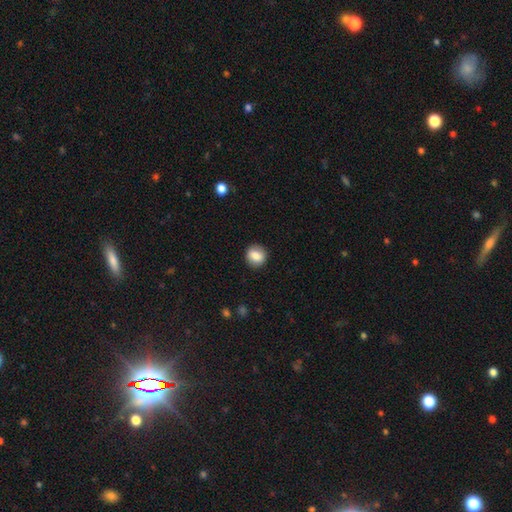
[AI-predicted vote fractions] Morphology: type=smooth (83%); roundness=round (82%); merging=none (89%).